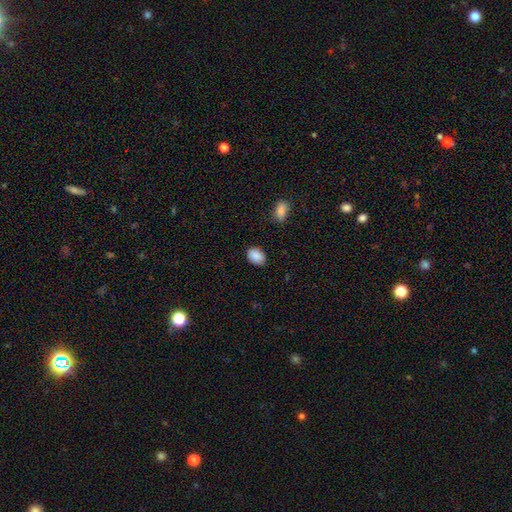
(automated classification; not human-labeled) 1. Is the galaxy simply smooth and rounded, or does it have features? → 88% smooth, 7% star or artifact, 4% featured or disk.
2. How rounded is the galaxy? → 78% in between, 21% round, 1% cigar-shaped.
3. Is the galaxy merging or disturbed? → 83% none, 13% minor disturbance, 3% major disturbance, 1% merger.